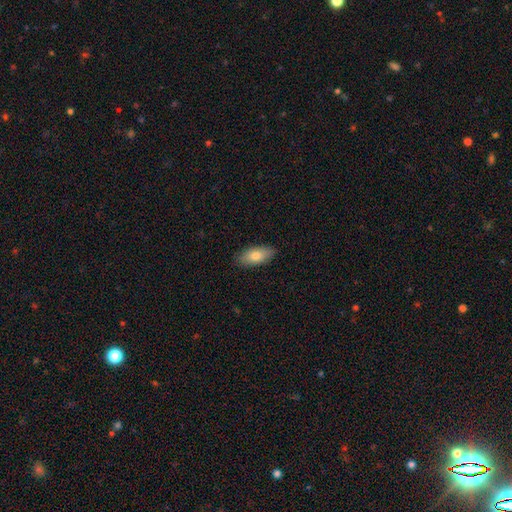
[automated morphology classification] Smooth or featured?
  - smooth: 78% *
  - featured or disk: 16%
  - star or artifact: 6%
How rounded?
  - in between: 88% *
  - cigar-shaped: 9%
  - round: 3%
Merging?
  - none: 86% *
  - minor disturbance: 11%
  - major disturbance: 2%
  - merger: 1%